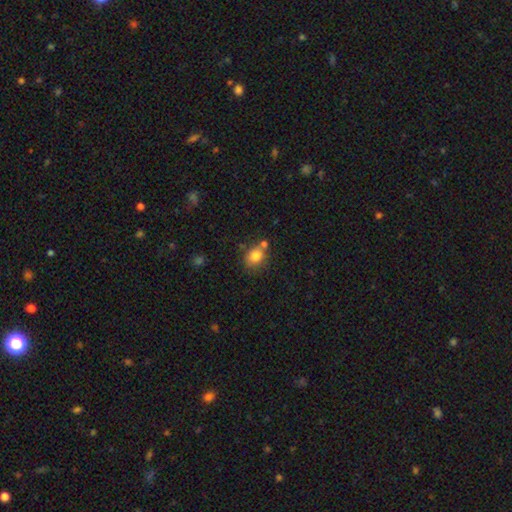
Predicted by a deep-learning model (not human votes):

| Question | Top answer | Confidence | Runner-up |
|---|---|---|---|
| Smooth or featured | smooth | 80% | star or artifact (10%) |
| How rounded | round | 60% | in between (39%) |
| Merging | none | 56% | merger (22%) |